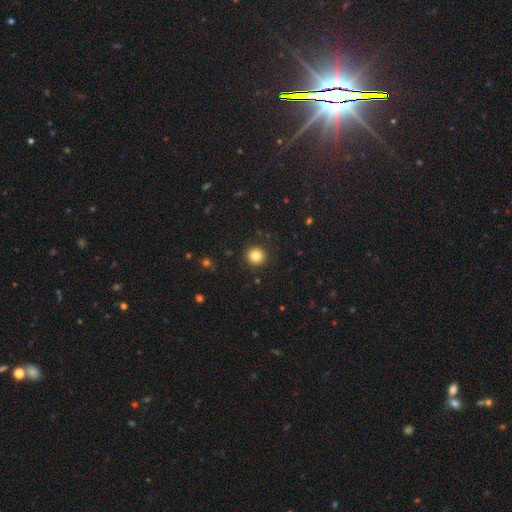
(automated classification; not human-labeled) Smooth or featured: smooth — 82% (star or artifact — 11%)
How rounded: round — 93% (in between — 6%)
Merging: none — 92% (minor disturbance — 5%)